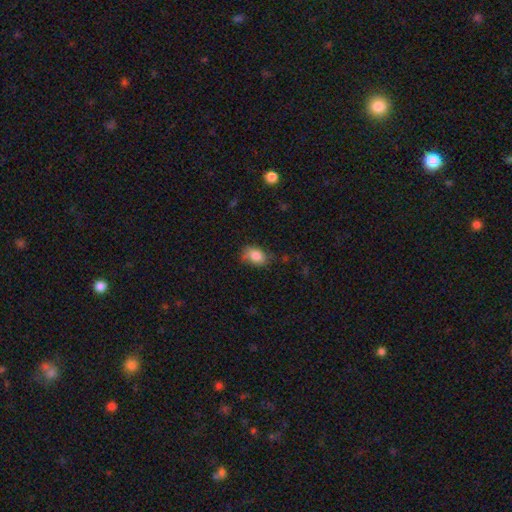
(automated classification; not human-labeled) Overall: smooth (83%). How rounded: in between (80%). Merging: none (66%).